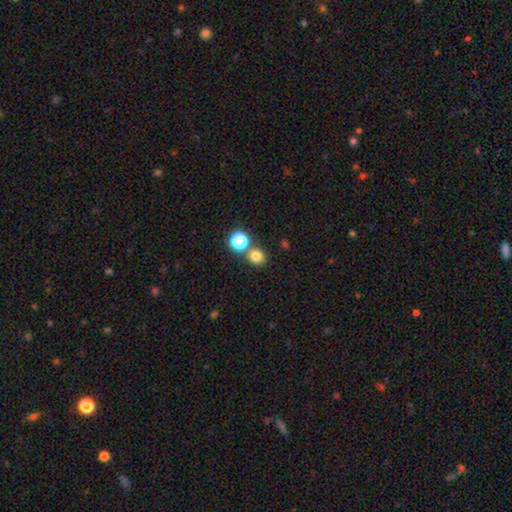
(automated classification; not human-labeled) Smooth or featured?
  - smooth: 78% *
  - star or artifact: 17%
  - featured or disk: 6%
How rounded?
  - round: 81% *
  - in between: 18%
  - cigar-shaped: 1%
Merging?
  - none: 72% *
  - merger: 18%
  - minor disturbance: 7%
  - major disturbance: 3%